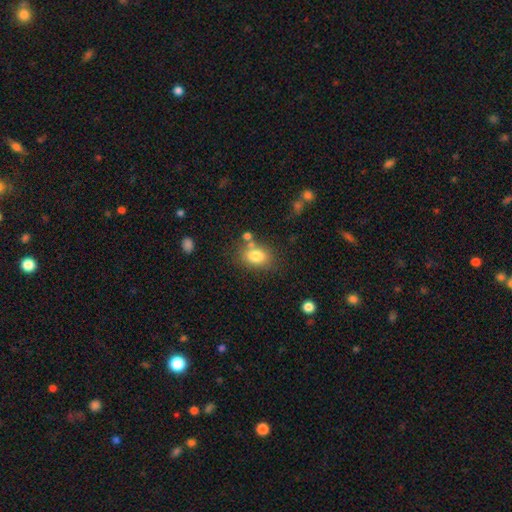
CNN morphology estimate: Smooth or featured?
  - smooth: 81% *
  - featured or disk: 10%
  - star or artifact: 10%
How rounded?
  - in between: 74% *
  - round: 25%
  - cigar-shaped: 1%
Merging?
  - none: 66% *
  - minor disturbance: 16%
  - merger: 13%
  - major disturbance: 5%